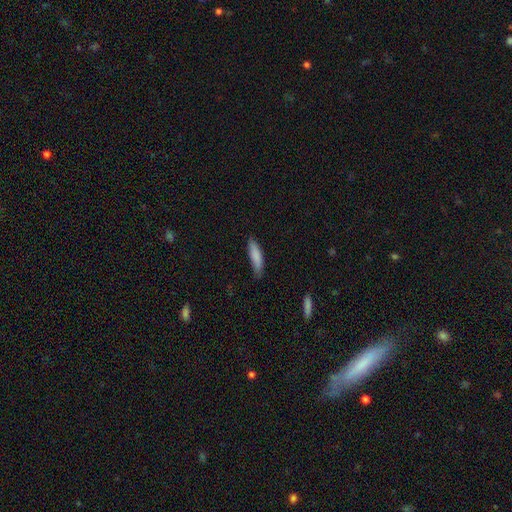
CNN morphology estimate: This is clearly a smooth galaxy (85%). How rounded: likely cigar-shaped (68%). Merging: likely none (75%).